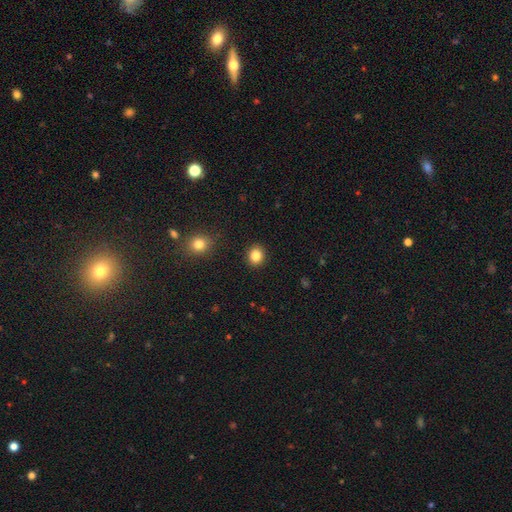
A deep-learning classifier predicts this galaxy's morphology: This appears to be a smooth galaxy with no disk features (84%) that is round (76%). Merging: none (91%).